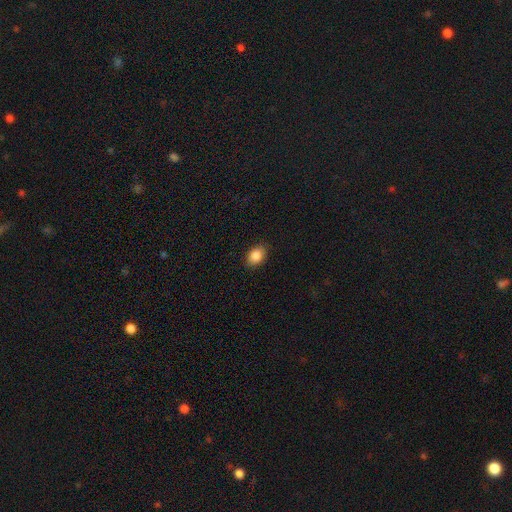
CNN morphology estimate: Smooth or featured: smooth — 87% (star or artifact — 8%)
How rounded: in between — 76% (round — 22%)
Merging: none — 88% (minor disturbance — 9%)